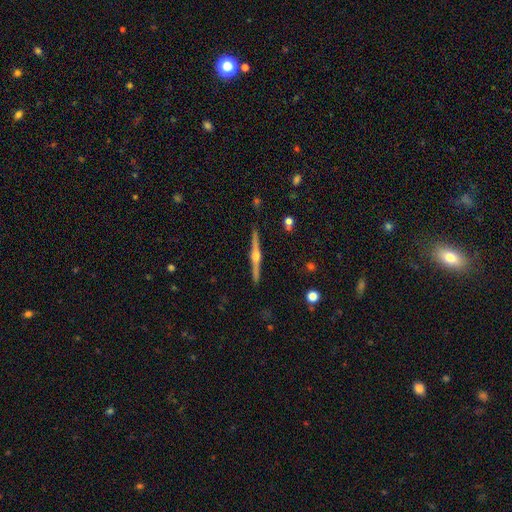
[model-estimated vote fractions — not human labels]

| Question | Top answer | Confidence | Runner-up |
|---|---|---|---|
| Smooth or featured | featured or disk | 86% | smooth (9%) |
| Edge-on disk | yes | 99% | no (1%) |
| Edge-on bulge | rounded | 91% | boxy (6%) |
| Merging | none | 92% | minor disturbance (5%) |